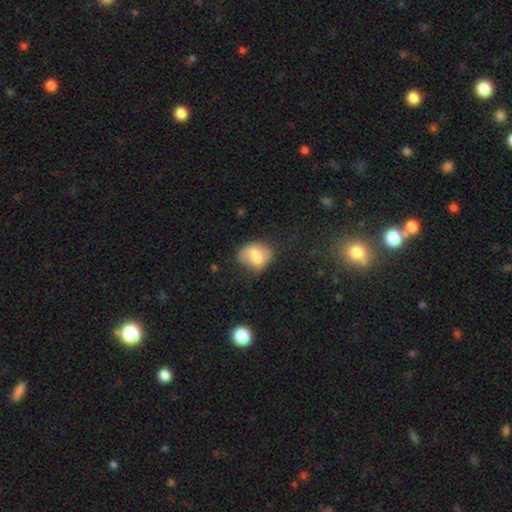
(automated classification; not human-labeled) Smooth or featured: smooth — 64% (featured or disk — 27%)
How rounded: in between — 56% (round — 42%)
Merging: none — 47% (minor disturbance — 27%)